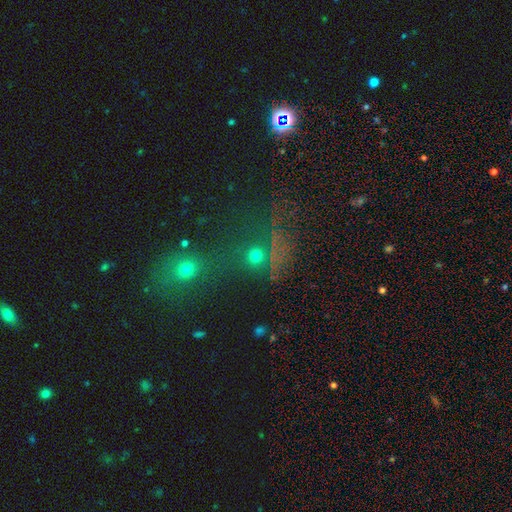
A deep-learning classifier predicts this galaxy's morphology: Smooth or featured?
  - smooth: 59% *
  - star or artifact: 34%
  - featured or disk: 7%
How rounded?
  - round: 90% *
  - in between: 8%
  - cigar-shaped: 2%
Merging?
  - none: 75% *
  - merger: 10%
  - minor disturbance: 9%
  - major disturbance: 6%